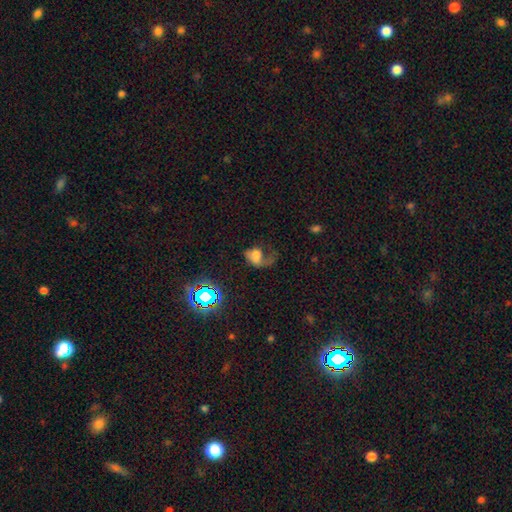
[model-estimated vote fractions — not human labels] This appears to be a smooth galaxy with no disk features (46%). Merging: major disturbance (54%).